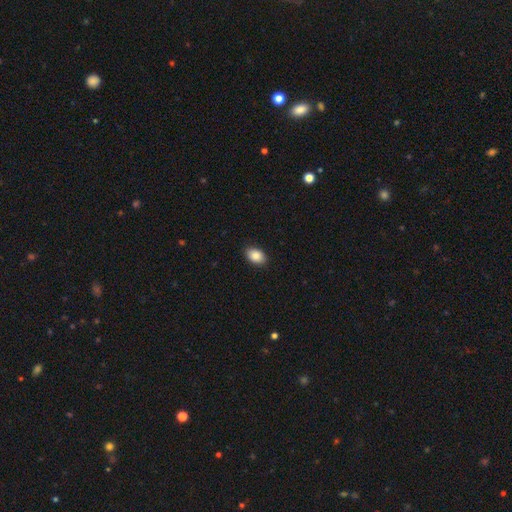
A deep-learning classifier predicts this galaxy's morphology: Smooth or featured: smooth — 88% (star or artifact — 8%)
How rounded: in between — 85% (round — 14%)
Merging: none — 88% (minor disturbance — 9%)